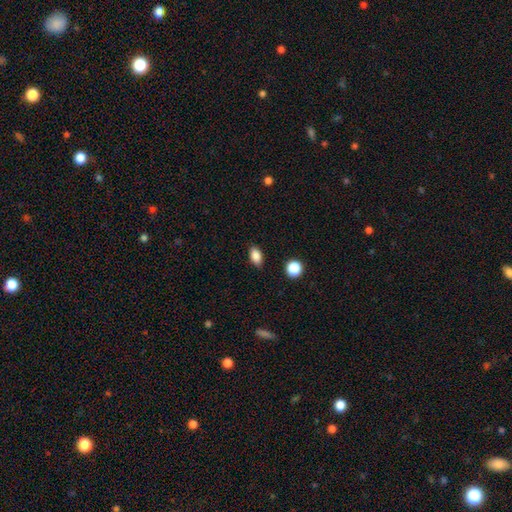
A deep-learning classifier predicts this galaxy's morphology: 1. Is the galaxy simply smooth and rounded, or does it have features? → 87% smooth, 9% star or artifact, 5% featured or disk.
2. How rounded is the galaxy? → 86% in between, 11% round, 3% cigar-shaped.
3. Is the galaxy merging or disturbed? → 85% none, 11% minor disturbance, 3% major disturbance, 1% merger.